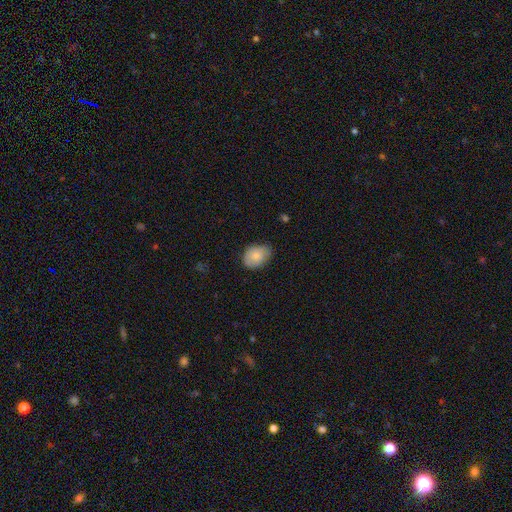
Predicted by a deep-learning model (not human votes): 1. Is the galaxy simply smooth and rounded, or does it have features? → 82% smooth, 11% featured or disk, 7% star or artifact.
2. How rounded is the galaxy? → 70% in between, 29% round, 1% cigar-shaped.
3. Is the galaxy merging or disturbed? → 67% none, 27% minor disturbance, 4% major disturbance, 1% merger.